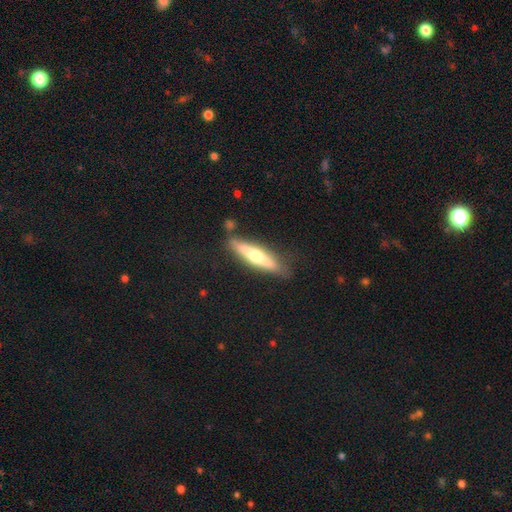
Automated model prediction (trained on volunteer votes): Smooth or featured: featured or disk — 58% (smooth — 36%)
Edge-on disk: yes — 93% (no — 7%)
Edge-on bulge: rounded — 88% (none — 7%)
Merging: none — 80% (minor disturbance — 13%)